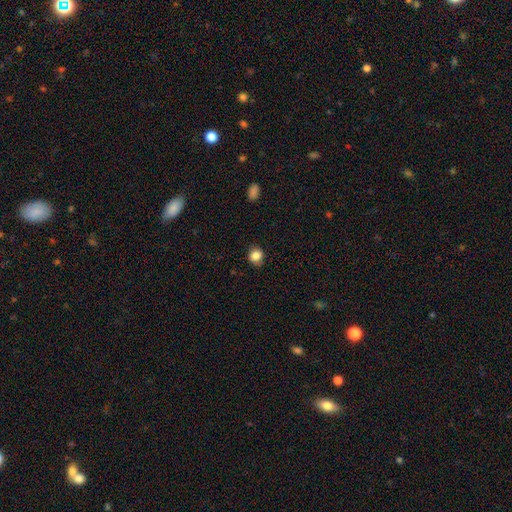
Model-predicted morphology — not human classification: This is clearly a smooth galaxy (85%). How rounded: clearly round (80%). Merging: clearly none (86%).